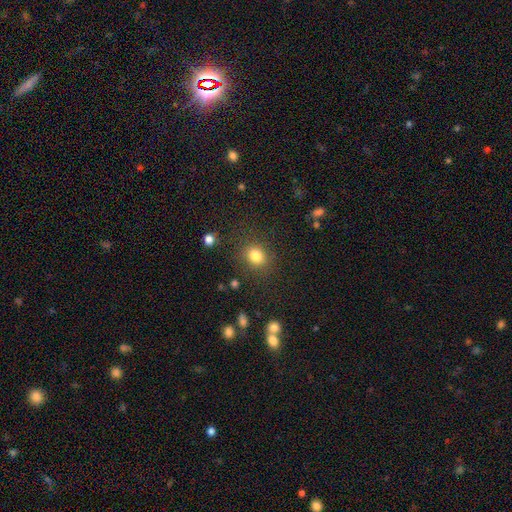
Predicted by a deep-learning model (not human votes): Smooth or featured? Predicted: smooth (p=0.82). How rounded? Predicted: round (p=0.66). Merging? Predicted: none (p=0.83).